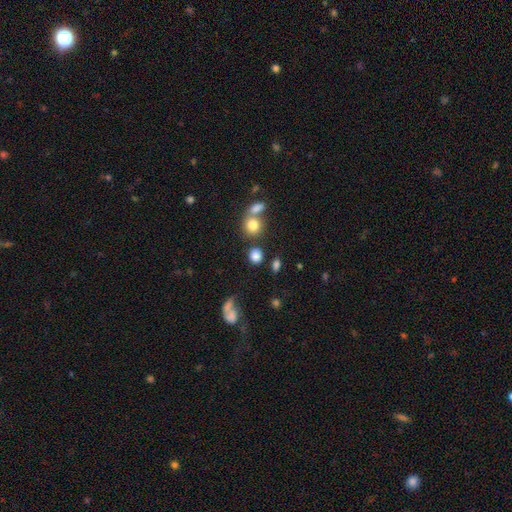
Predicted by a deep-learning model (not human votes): Smooth or featured? smooth (81%)
How rounded? round (74%)
Merging? none (65%)